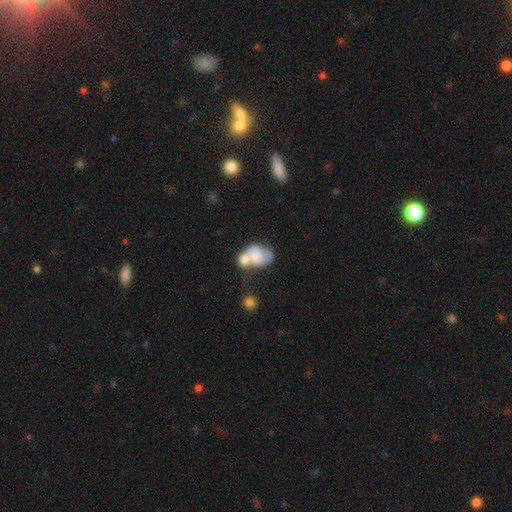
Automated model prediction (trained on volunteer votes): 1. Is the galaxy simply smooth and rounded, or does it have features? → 58% smooth, 33% featured or disk, 8% star or artifact.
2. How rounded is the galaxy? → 71% in between, 28% round, 1% cigar-shaped.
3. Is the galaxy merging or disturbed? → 60% merger, 19% none, 12% minor disturbance, 10% major disturbance.